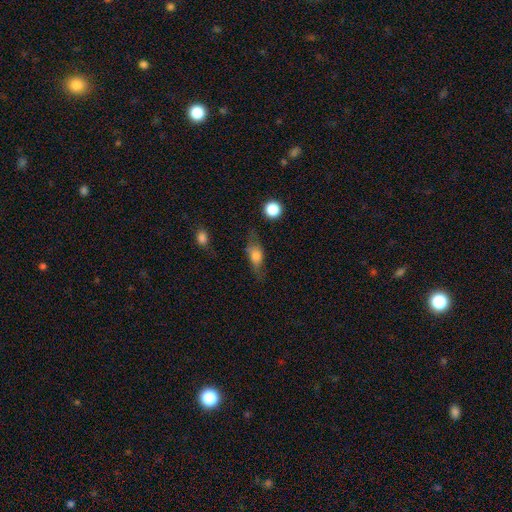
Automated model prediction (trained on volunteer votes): Smooth or featured? Predicted: smooth (p=0.59). How rounded? Predicted: in between (p=0.67). Merging? Predicted: none (p=0.53).